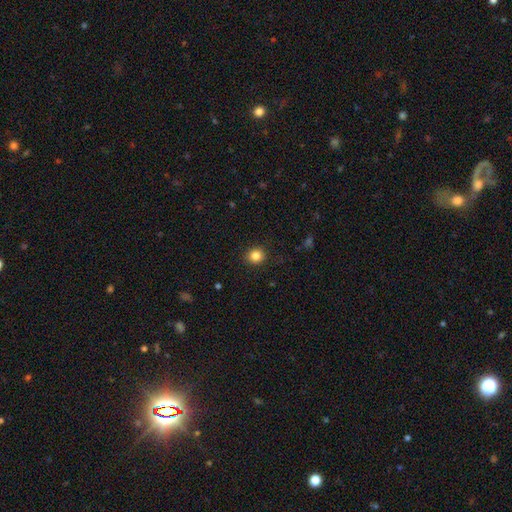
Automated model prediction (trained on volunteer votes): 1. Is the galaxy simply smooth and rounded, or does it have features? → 85% smooth, 11% star or artifact, 5% featured or disk.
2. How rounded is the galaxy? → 82% round, 17% in between, 1% cigar-shaped.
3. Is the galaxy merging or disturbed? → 90% none, 7% minor disturbance, 2% major disturbance, 1% merger.